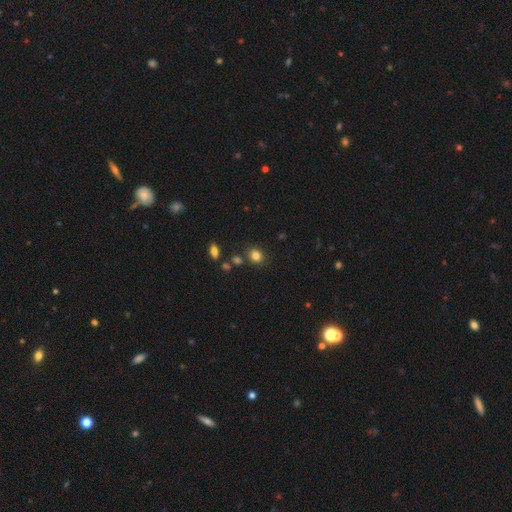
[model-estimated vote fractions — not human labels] Morphology: type=smooth (83%); roundness=round (71%); merging=none (81%).